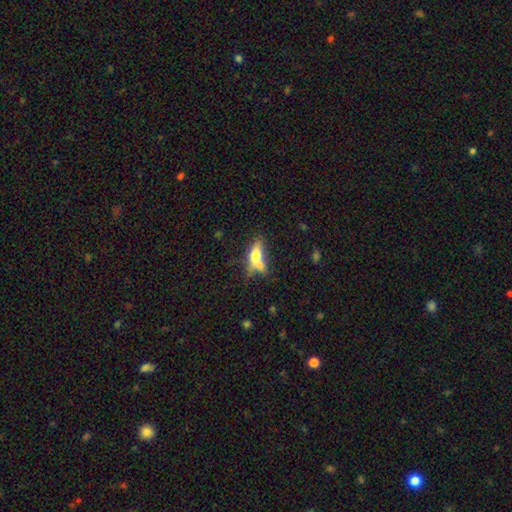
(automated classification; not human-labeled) Q: Smooth or featured?
A: smooth (59%); runner-up: featured or disk (33%)
Q: How rounded?
A: in between (56%); runner-up: cigar-shaped (38%)
Q: Merging?
A: none (38%); tied with: merger (38%)